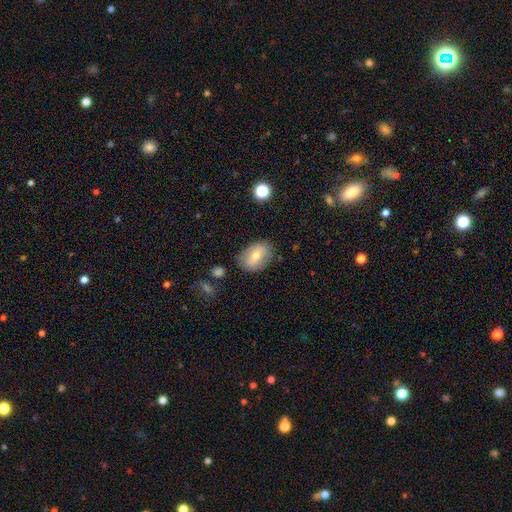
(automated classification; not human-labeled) Smooth or featured: smooth — 64% (featured or disk — 27%)
How rounded: in between — 82% (round — 17%)
Merging: none — 81% (minor disturbance — 14%)